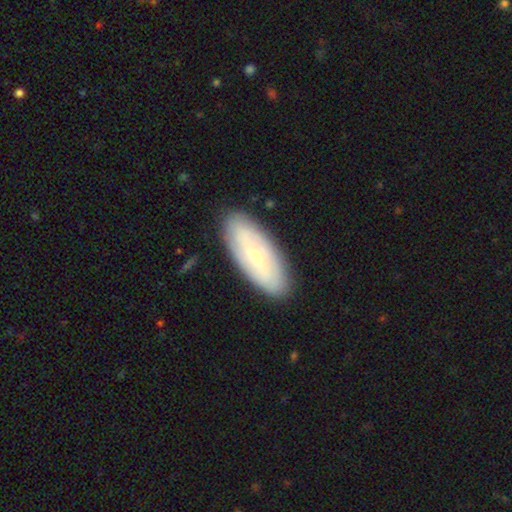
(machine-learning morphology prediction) Q: Smooth or featured?
A: smooth (51%); runner-up: featured or disk (43%)
Q: How rounded?
A: in between (76%); runner-up: cigar-shaped (22%)
Q: Merging?
A: none (86%); runner-up: minor disturbance (10%)